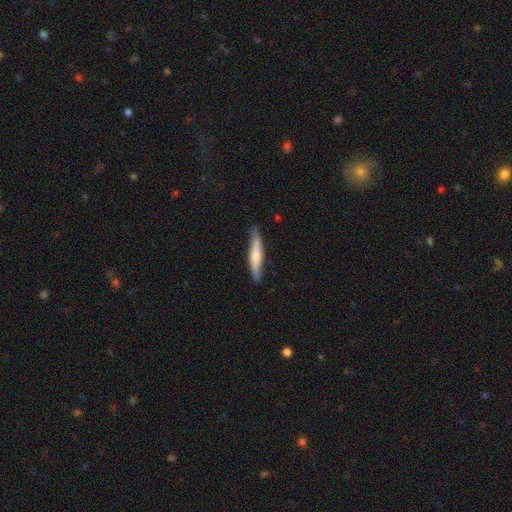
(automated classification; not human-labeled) smooth-or-featured: smooth: 60% | featured or disk: 34% | star or artifact: 5%
  how-rounded: cigar-shaped: 90% | in between: 9% | round: 1%
  merging: none: 84% | minor disturbance: 13% | major disturbance: 2% | merger: 1%